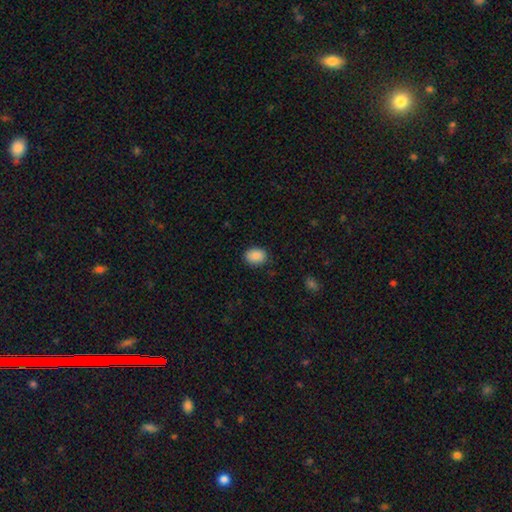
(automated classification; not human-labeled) This is clearly a smooth galaxy (89%). How rounded: likely in between (64%). Merging: clearly none (86%).